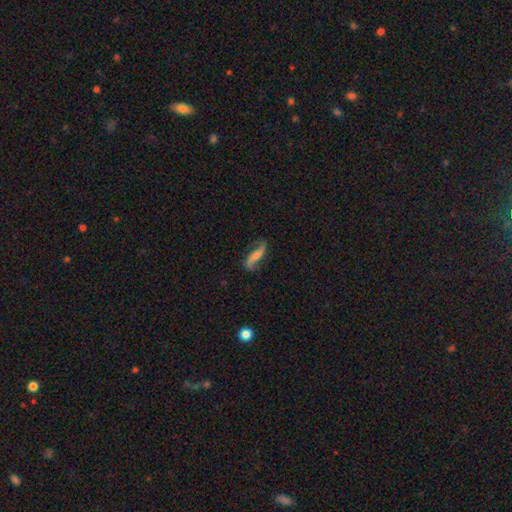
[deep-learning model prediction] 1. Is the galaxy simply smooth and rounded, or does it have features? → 77% featured or disk, 16% smooth, 7% star or artifact.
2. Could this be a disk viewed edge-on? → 87% no, 13% yes.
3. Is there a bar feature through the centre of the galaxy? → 39% no, 32% weak, 28% strong.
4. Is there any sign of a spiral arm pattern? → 94% yes, 6% no.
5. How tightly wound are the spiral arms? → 84% loose, 12% medium, 4% tight.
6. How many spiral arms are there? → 92% 2, 3% 1, 2% can't tell, 1% 3, 1% 4, 1% more than 4.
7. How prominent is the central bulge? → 44% small, 32% moderate, 17% none, 5% large, 2% dominant.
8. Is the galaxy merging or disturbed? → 75% none, 16% minor disturbance, 7% major disturbance, 2% merger.